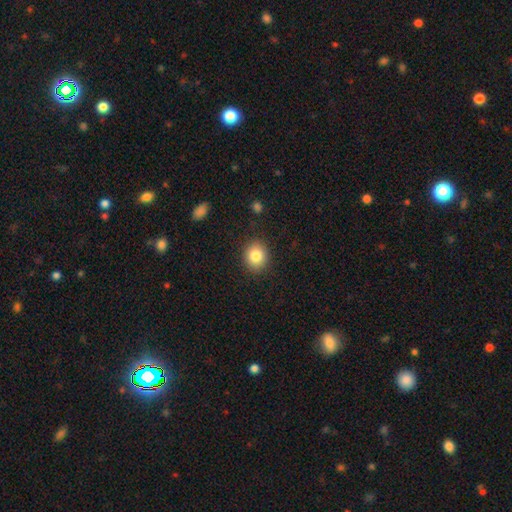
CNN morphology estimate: Smooth or featured: smooth — 83% (star or artifact — 9%)
How rounded: round — 68% (in between — 31%)
Merging: none — 88% (minor disturbance — 8%)